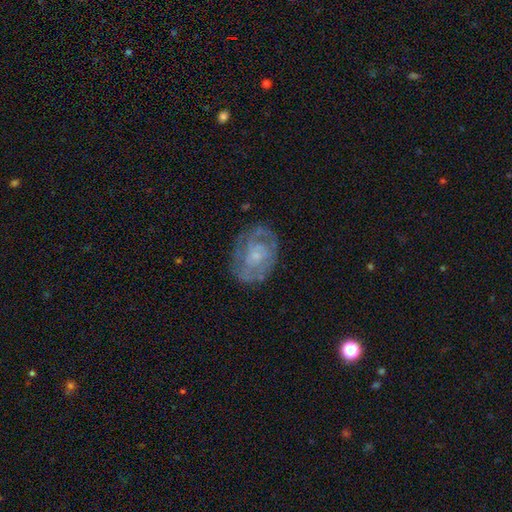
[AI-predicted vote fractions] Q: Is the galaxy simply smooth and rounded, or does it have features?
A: featured or disk — 70%.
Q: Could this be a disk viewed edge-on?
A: no — 97%.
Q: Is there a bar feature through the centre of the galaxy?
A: no — 75%.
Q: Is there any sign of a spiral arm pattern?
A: yes — 70%.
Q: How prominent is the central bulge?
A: small — 66%.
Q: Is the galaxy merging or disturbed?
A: none — 68%.